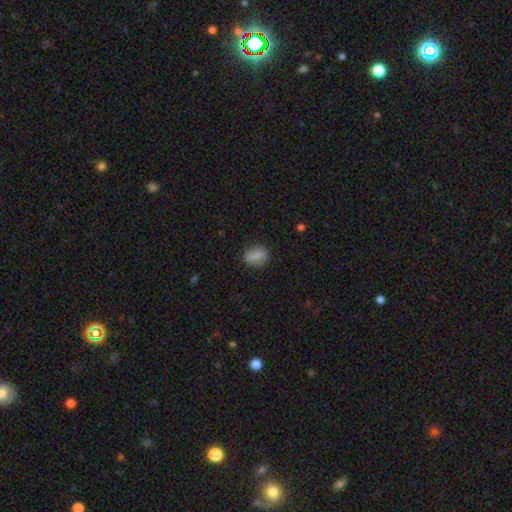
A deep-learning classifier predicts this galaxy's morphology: Smooth or featured? Predicted: smooth (p=0.83). How rounded? Predicted: in between (p=0.70). Merging? Predicted: none (p=0.80).